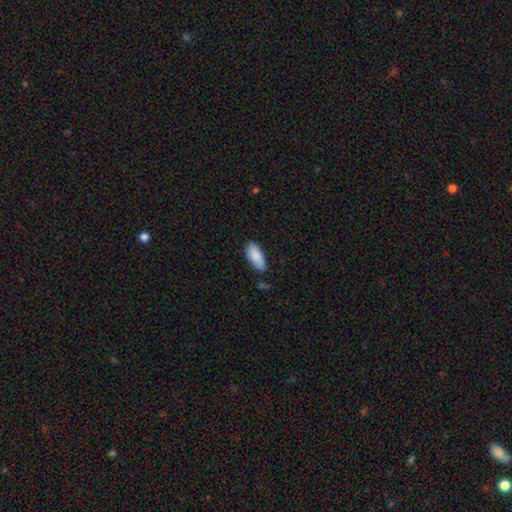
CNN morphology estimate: Smooth or featured? Predicted: smooth (p=0.89). How rounded? Predicted: in between (p=0.85). Merging? Predicted: none (p=0.78).